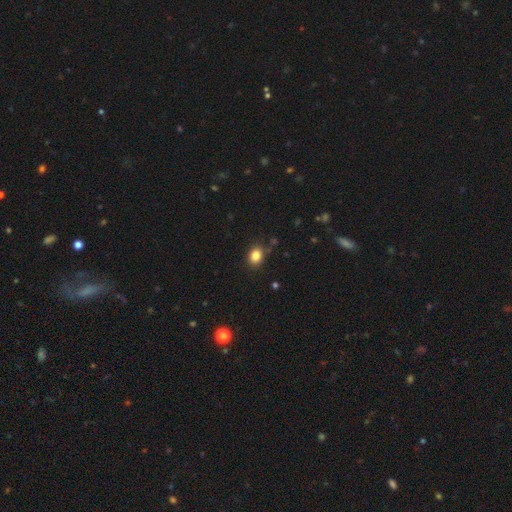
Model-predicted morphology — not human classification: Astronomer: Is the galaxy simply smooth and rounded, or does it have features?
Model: smooth — 84%.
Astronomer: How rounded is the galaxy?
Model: in between — 53% (runner-up: round, 46%).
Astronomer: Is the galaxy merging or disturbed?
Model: none — 85%.